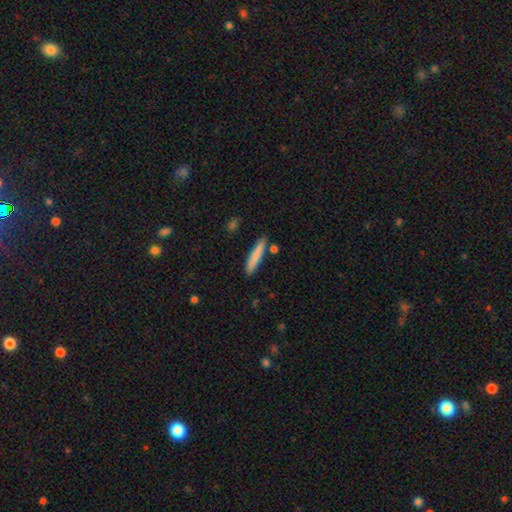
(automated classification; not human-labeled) A smooth galaxy with no disk features (81%) that is cigar-shaped (91%). Merging: none (85%).